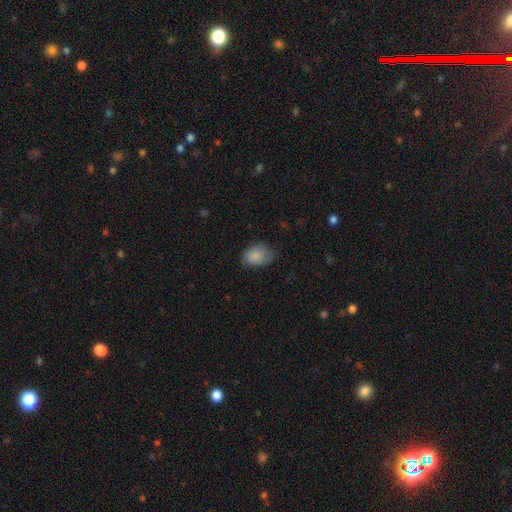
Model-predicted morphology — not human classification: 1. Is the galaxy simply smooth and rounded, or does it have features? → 84% smooth, 9% featured or disk, 7% star or artifact.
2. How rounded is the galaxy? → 78% in between, 21% round, 1% cigar-shaped.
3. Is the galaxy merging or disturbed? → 63% none, 29% minor disturbance, 7% major disturbance, 1% merger.